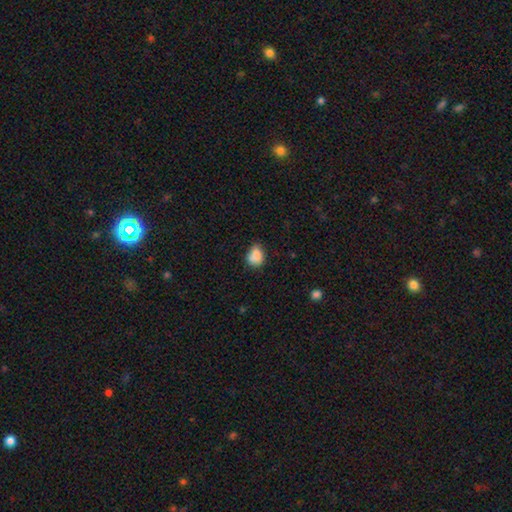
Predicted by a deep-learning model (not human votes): This is clearly a smooth galaxy (83%). How rounded: possibly in between (55%). Merging: possibly none (53%).